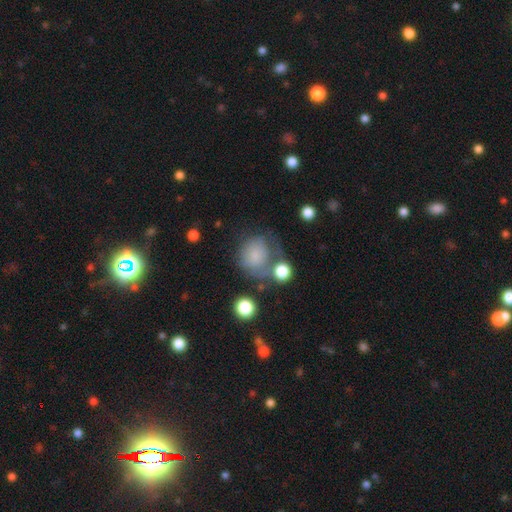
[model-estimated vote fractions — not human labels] Smooth or featured?
  - smooth: 71% *
  - featured or disk: 18%
  - star or artifact: 11%
How rounded?
  - round: 73% *
  - in between: 26%
  - cigar-shaped: 1%
Merging?
  - none: 39% *
  - major disturbance: 24%
  - minor disturbance: 24%
  - merger: 13%